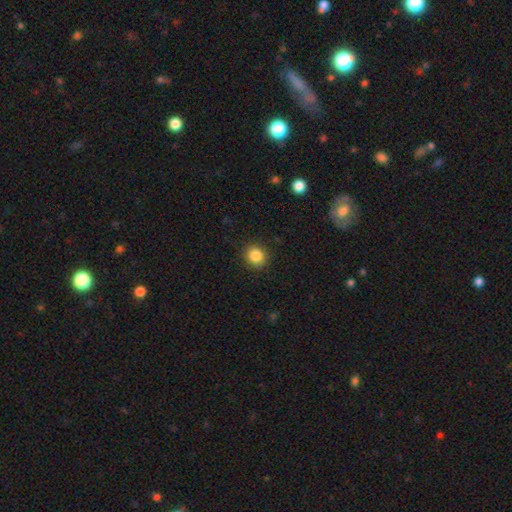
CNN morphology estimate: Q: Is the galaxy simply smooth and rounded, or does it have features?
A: smooth — 86%.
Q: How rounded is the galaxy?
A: round — 83%.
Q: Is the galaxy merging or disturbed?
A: none — 90%.